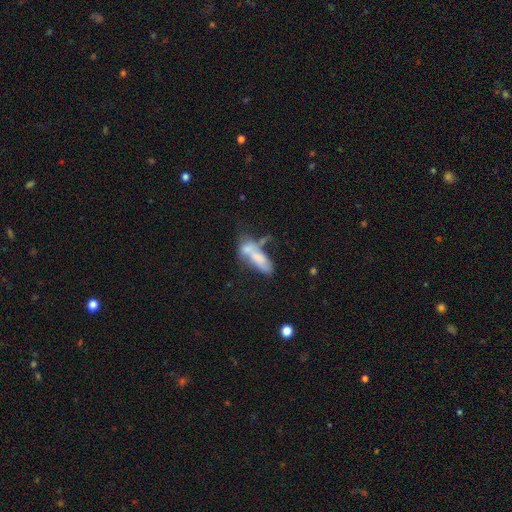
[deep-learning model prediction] The model was most divided on "how rounded": in between: 59%, cigar-shaped: 38%, round: 3%. Remaining: smooth or featured — smooth (56%); merging — merger (47%).